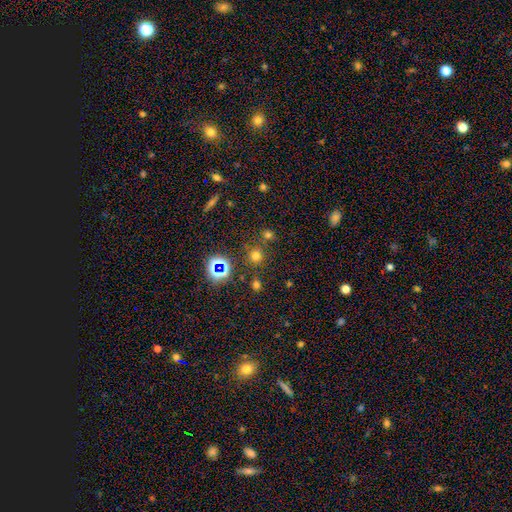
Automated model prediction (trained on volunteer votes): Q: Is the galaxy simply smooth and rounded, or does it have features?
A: smooth — 62%.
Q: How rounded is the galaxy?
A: round — 90%.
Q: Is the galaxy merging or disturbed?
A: none — 76%.